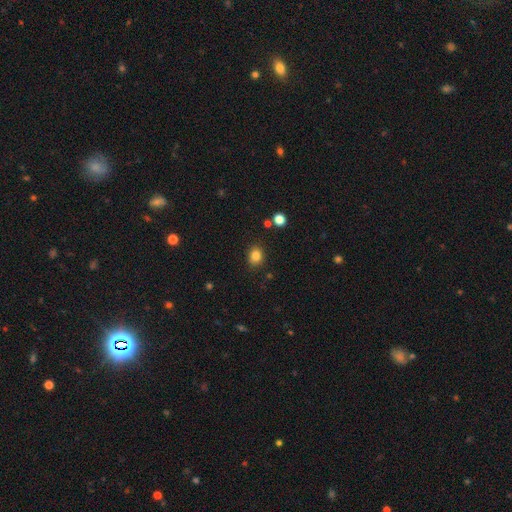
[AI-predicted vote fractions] Overall: smooth (82%). How rounded: round (66%; in between 34%). Merging: none (85%).